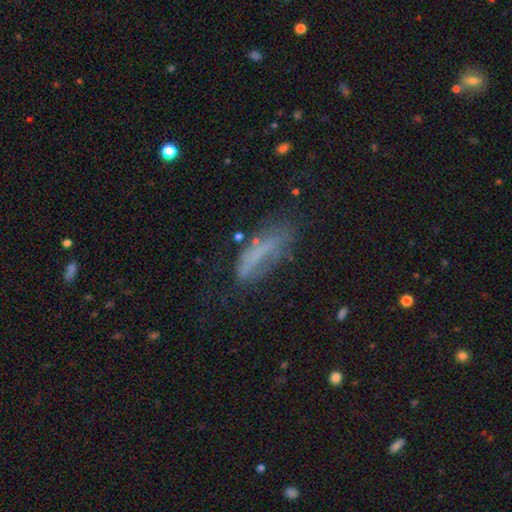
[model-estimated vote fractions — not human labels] A smooth galaxy with no disk features (50%) that is cigar-shaped (52%).

Vote fractions:
- Smooth or featured? smooth: 50% / featured or disk: 35% / star or artifact: 14%
- How rounded? cigar-shaped: 52% / in between: 45% / round: 3%
- Merging? none: 48% / minor disturbance: 26% / major disturbance: 22% / merger: 5%